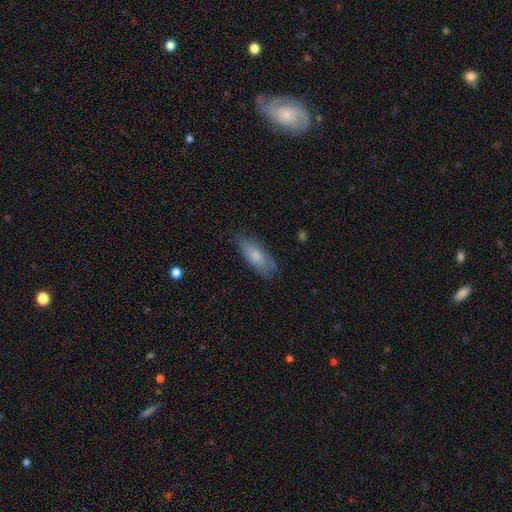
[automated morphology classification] smooth 71%, featured or disk 23%, star or artifact 6%. Down the decision tree: how rounded — in between (78%); merging — none (73%).